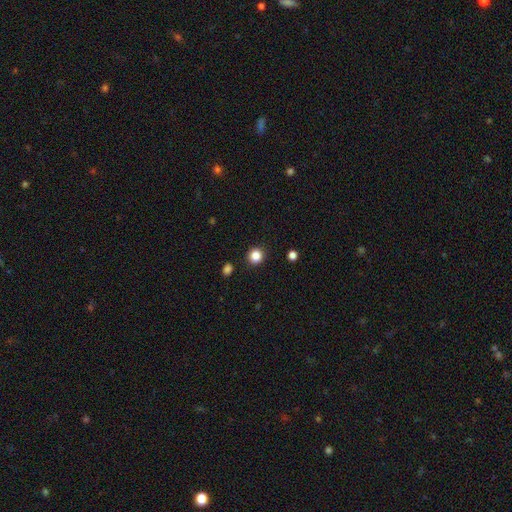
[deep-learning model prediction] The model was most divided on "smooth or featured": smooth: 85%, star or artifact: 12%, featured or disk: 3%. More confident: how rounded — round (91%); merging — none (91%).